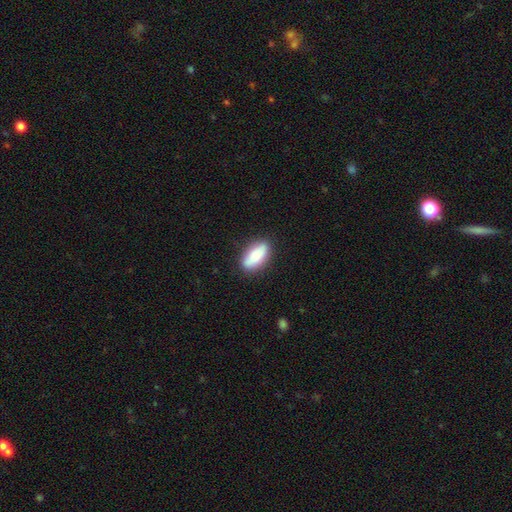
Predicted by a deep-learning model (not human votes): Smooth or featured? smooth (79%)
How rounded? in between (81%)
Merging? none (85%)